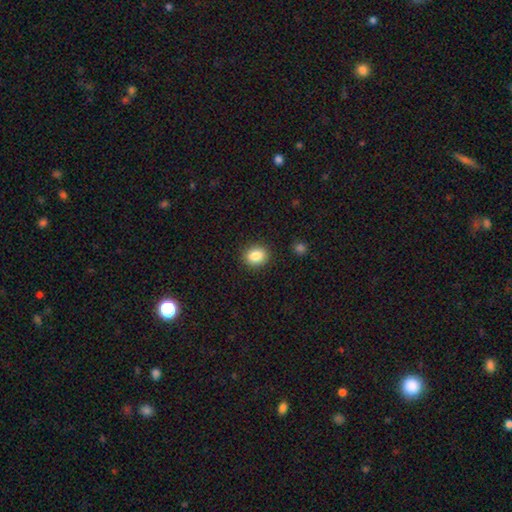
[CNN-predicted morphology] The model was most divided on "how rounded": round: 60%, in between: 39%, cigar-shaped: 1%. More confident: merging — none (89%); smooth or featured — smooth (86%).